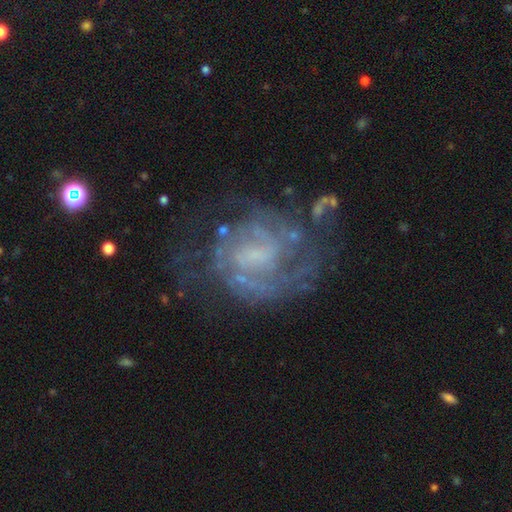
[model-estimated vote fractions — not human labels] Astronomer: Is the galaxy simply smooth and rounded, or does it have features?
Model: featured or disk — 83%.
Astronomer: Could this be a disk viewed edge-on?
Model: no — 98%.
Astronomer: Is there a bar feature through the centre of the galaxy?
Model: weak — 48% (runner-up: no, 41%).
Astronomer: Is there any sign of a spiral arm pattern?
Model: yes — 90%.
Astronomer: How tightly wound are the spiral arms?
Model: tight — 46% (runner-up: medium, 41%).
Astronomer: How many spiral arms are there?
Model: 2 — 37% (runner-up: can't tell, 33%).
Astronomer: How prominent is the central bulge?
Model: none — 38% (runner-up: small, 36%).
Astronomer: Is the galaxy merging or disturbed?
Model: none — 61%.